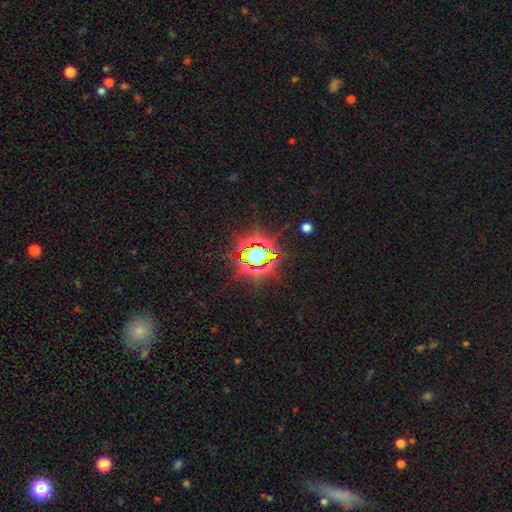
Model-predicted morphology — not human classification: Smooth or featured? star or artifact (77%)